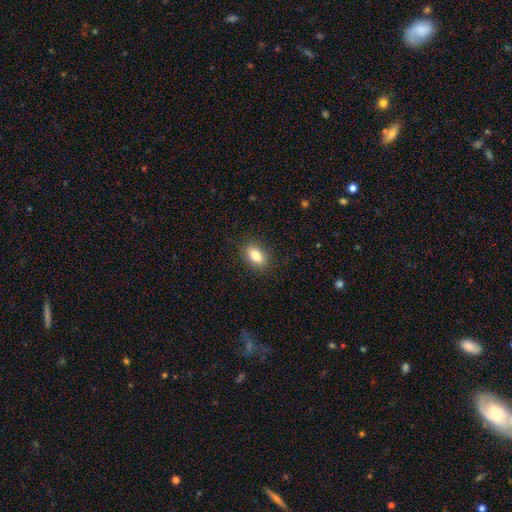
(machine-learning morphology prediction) A smooth galaxy with no disk features (83%) that is in between round and cigar-shaped (87%). Merging: none (88%).